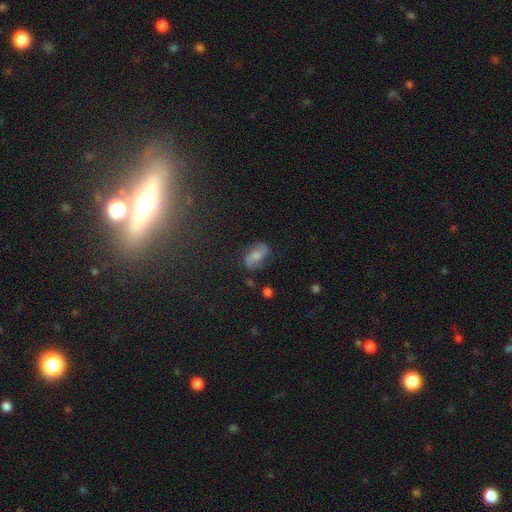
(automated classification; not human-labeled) Smooth or featured? Predicted: featured or disk (p=0.49). Merging? Predicted: none (p=0.68).